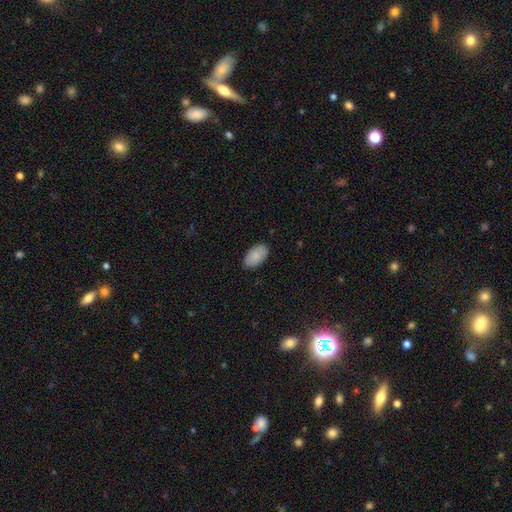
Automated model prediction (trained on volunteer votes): A smooth galaxy with no disk features (88%) that is in between round and cigar-shaped (95%).

Vote fractions:
- Smooth or featured? smooth: 88% / star or artifact: 6% / featured or disk: 6%
- How rounded? in between: 95% / round: 4% / cigar-shaped: 1%
- Merging? none: 86% / minor disturbance: 11% / major disturbance: 2% / merger: 1%